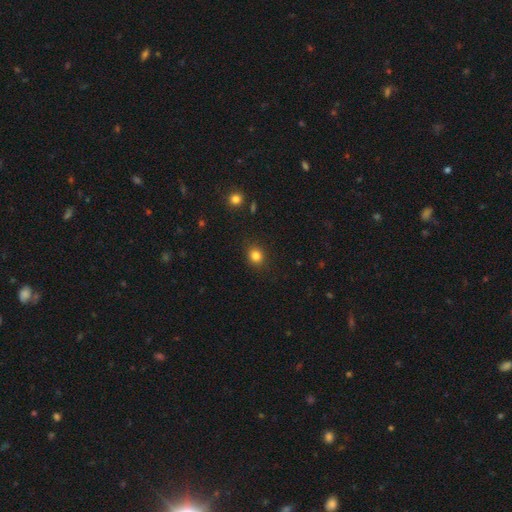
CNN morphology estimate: This appears to be a smooth galaxy with no disk features (83%) that is round (77%). Merging: none (89%).